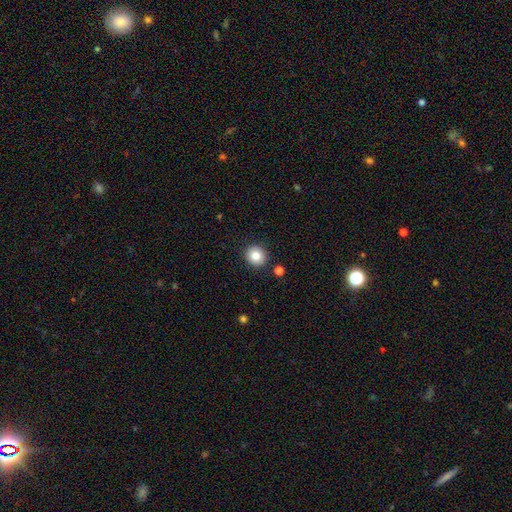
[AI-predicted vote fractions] Smooth or featured: smooth — 83% (star or artifact — 10%)
How rounded: round — 86% (in between — 13%)
Merging: none — 89% (minor disturbance — 6%)